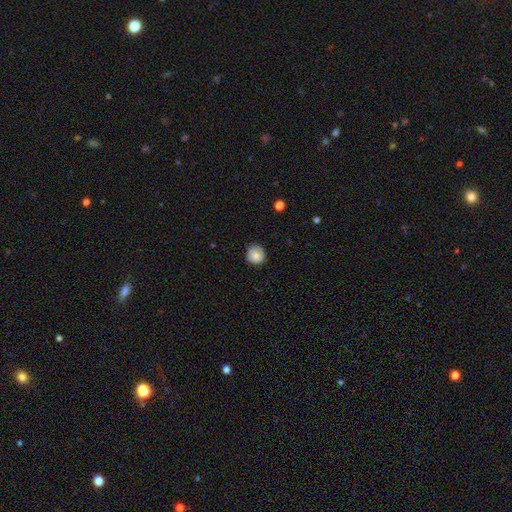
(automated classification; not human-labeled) The model was most divided on "merging": none: 84%, minor disturbance: 13%, major disturbance: 2%, merger: 1%. More confident: how rounded — round (90%); smooth or featured — smooth (85%).